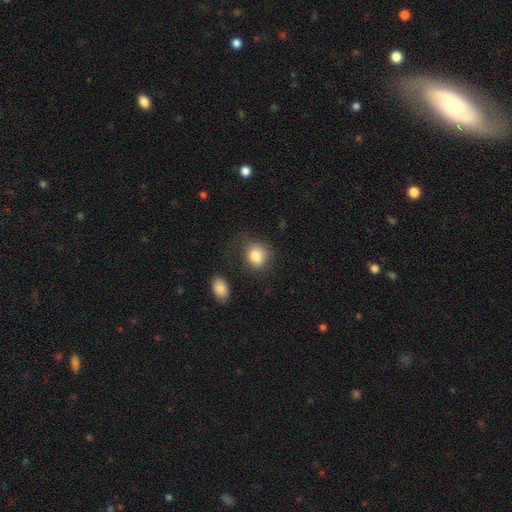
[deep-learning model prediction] smooth-or-featured: smooth: 83% | star or artifact: 8% | featured or disk: 8%
  how-rounded: round: 64% | in between: 35% | cigar-shaped: 1%
  merging: none: 63% | minor disturbance: 23% | major disturbance: 10% | merger: 4%